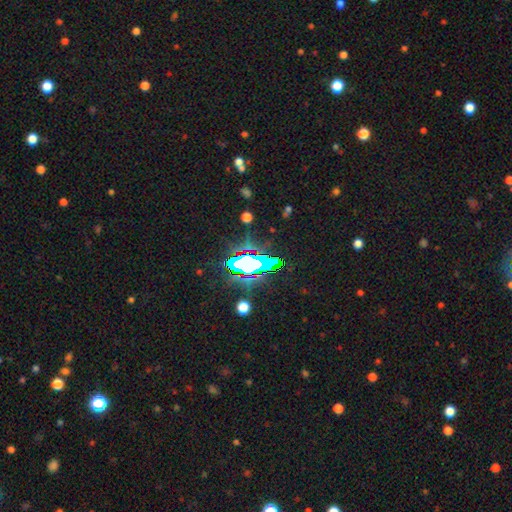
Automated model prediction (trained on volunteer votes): A star or artifact, not a galaxy (80%).

Vote fractions:
- Smooth or featured? star or artifact: 80% / smooth: 11% / featured or disk: 8%